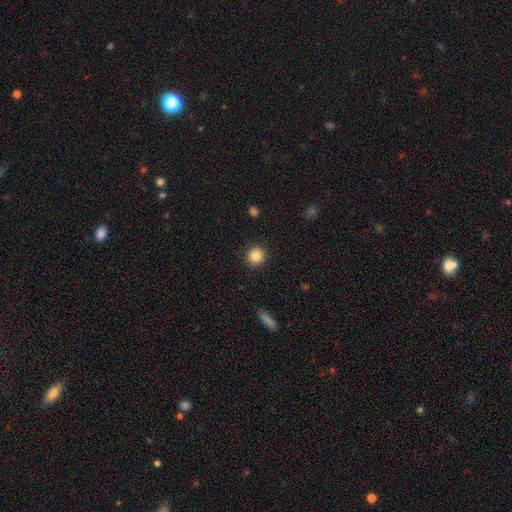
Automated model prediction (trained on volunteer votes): Smooth or featured? Predicted: smooth (p=0.85). How rounded? Predicted: round (p=0.92). Merging? Predicted: none (p=0.92).